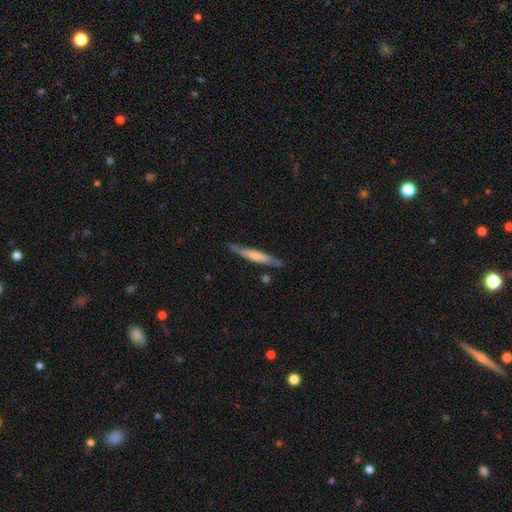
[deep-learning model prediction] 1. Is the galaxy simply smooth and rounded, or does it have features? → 53% smooth, 42% featured or disk, 5% star or artifact.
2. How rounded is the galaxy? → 92% cigar-shaped, 6% in between, 1% round.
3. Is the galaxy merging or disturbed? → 81% none, 14% minor disturbance, 3% major disturbance, 3% merger.